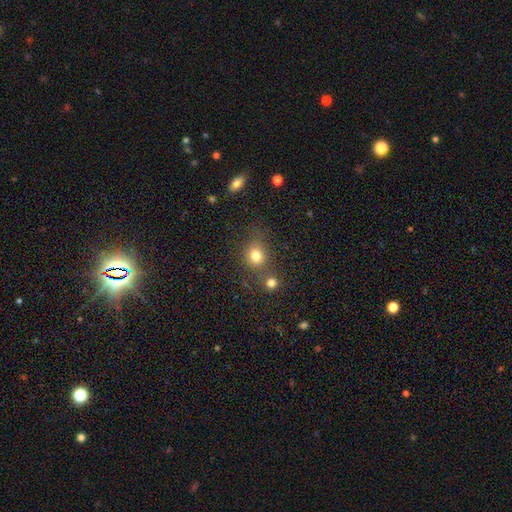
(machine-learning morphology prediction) Overall: smooth (78%). How rounded: round (73%). Merging: none (66%).